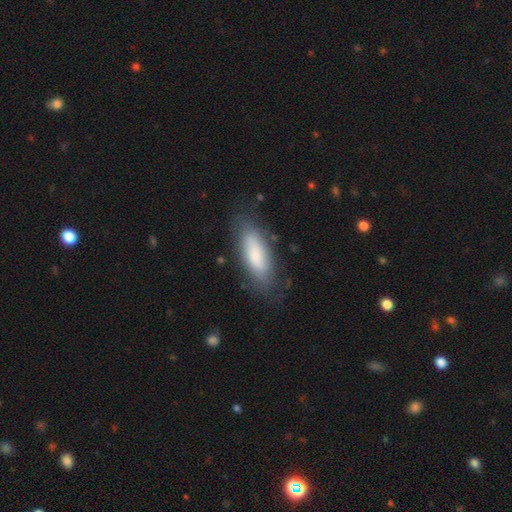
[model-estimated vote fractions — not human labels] Smooth or featured? Predicted: smooth (p=0.77). How rounded? Predicted: in between (p=0.67). Merging? Predicted: none (p=0.74).